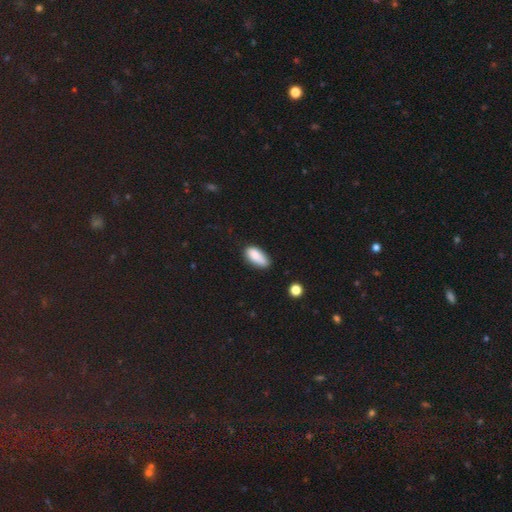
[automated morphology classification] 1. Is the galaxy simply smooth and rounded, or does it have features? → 86% smooth, 7% star or artifact, 7% featured or disk.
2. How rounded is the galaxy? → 85% in between, 13% cigar-shaped, 2% round.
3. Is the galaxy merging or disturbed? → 66% none, 25% minor disturbance, 5% major disturbance, 4% merger.